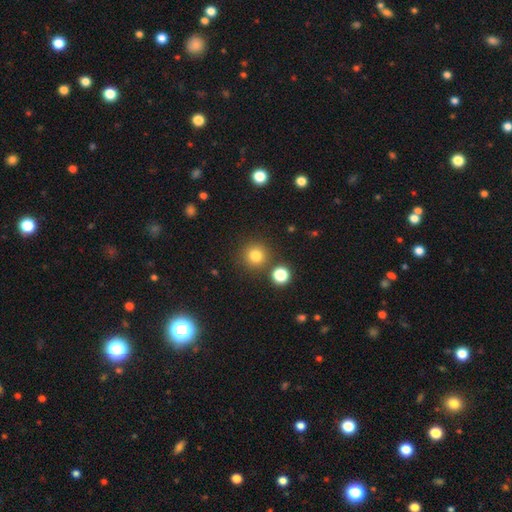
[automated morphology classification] type=smooth (80%); roundness=round (94%); merging=none (84%).